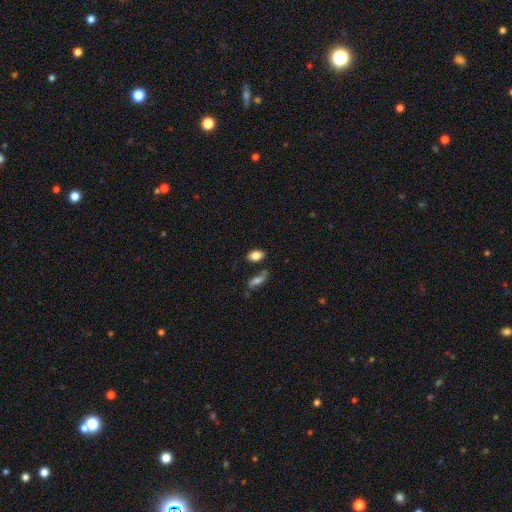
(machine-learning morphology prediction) A smooth galaxy with no disk features (83%) that is in between round and cigar-shaped (88%).

Vote fractions:
- Smooth or featured? smooth: 83% / featured or disk: 9% / star or artifact: 8%
- How rounded? in between: 88% / round: 9% / cigar-shaped: 3%
- Merging? none: 72% / minor disturbance: 14% / merger: 10% / major disturbance: 4%